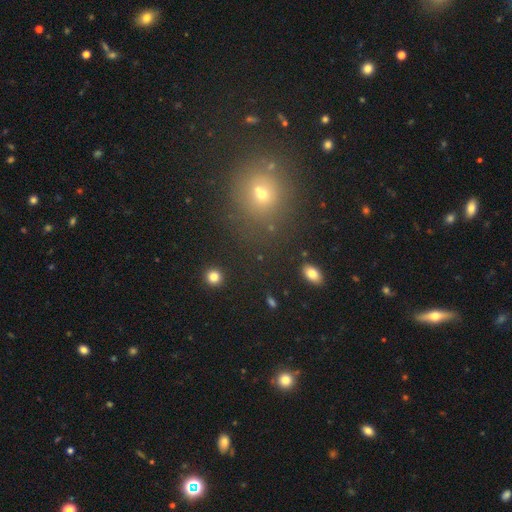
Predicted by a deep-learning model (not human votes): The model was most divided on "smooth or featured": smooth: 57%, star or artifact: 34%, featured or disk: 9%. More confident: merging — none (87%); how rounded — round (75%).